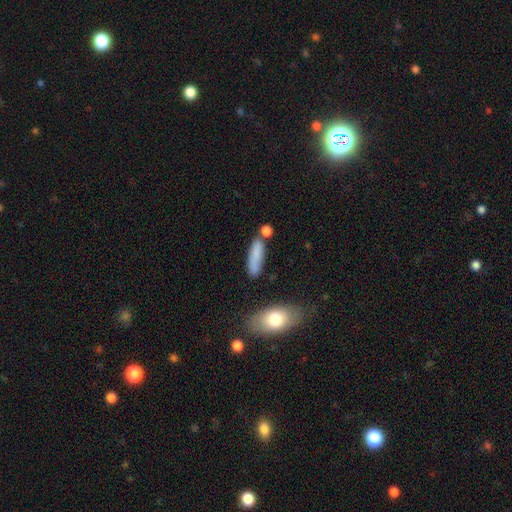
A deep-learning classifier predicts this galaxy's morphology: This is clearly a smooth galaxy (81%). How rounded: likely cigar-shaped (62%). Merging: likely none (66%).